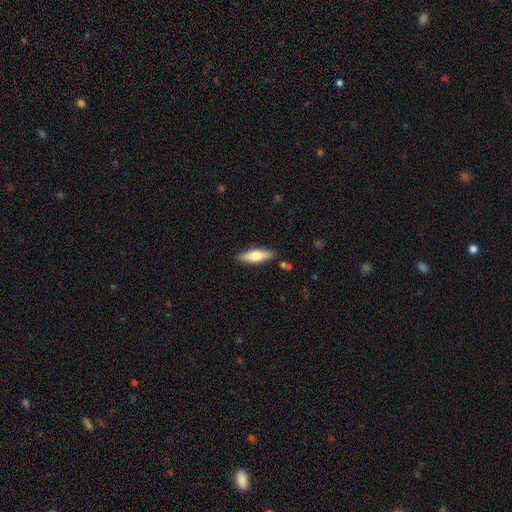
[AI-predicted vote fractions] A smooth galaxy with no disk features (63%) that is in between round and cigar-shaped (50%).

Vote fractions:
- Smooth or featured? smooth: 63% / featured or disk: 31% / star or artifact: 6%
- How rounded? in between: 50% / cigar-shaped: 48% / round: 2%
- Merging? none: 86% / minor disturbance: 10% / merger: 2% / major disturbance: 2%